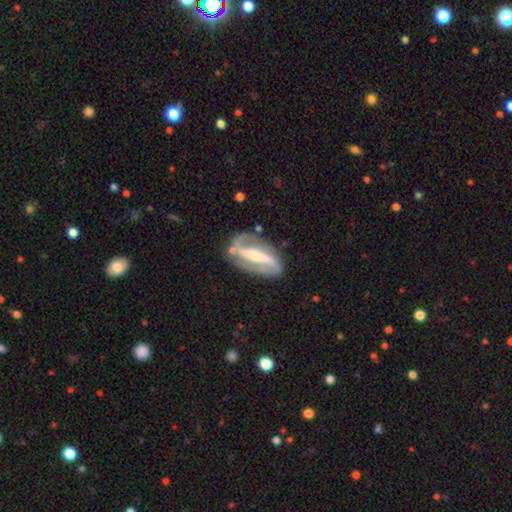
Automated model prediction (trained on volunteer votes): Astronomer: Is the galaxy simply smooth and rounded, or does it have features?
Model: featured or disk — 86%.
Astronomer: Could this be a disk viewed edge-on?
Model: no — 92%.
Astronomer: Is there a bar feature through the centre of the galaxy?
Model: strong — 76%.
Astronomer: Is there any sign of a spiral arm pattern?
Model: yes — 91%.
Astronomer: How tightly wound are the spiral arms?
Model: medium — 46% (runner-up: loose, 27%).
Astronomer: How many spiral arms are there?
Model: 2 — 91%.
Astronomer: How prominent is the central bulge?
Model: moderate — 45% (runner-up: small, 40%).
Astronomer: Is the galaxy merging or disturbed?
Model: none — 77%.